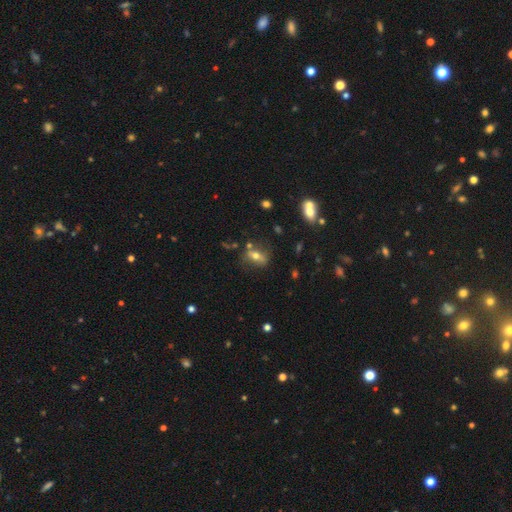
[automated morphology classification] smooth_or_featured: smooth (p=0.48) [alt: featured or disk p=0.39]
merging: none (p=0.63) [alt: minor disturbance p=0.17]